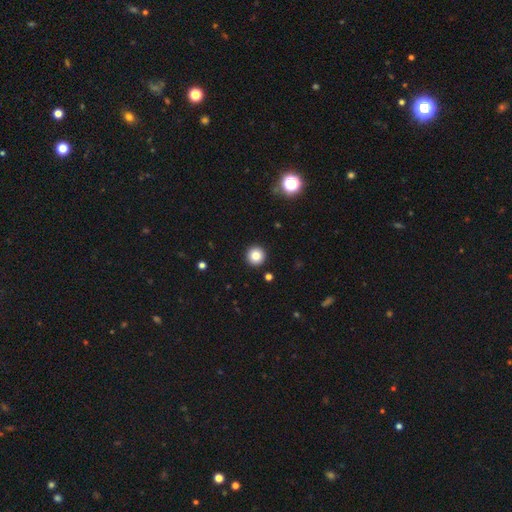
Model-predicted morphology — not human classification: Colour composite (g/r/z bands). It shows a smooth galaxy with no disk features (83%) that is round (96%). Merging: none (93%).